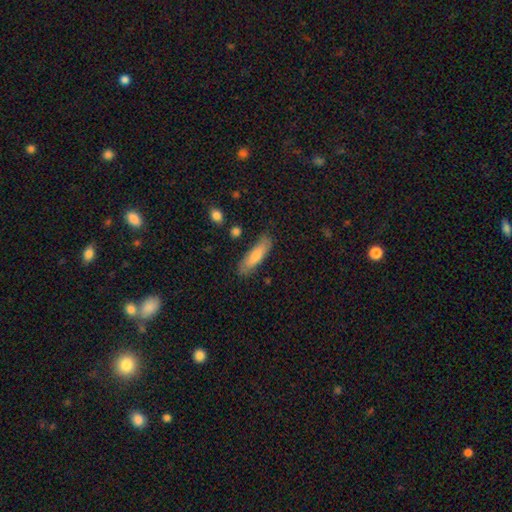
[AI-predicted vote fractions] smooth 75%, featured or disk 19%, star or artifact 6%. Down the decision tree: how rounded — cigar-shaped (66%); merging — none (82%).